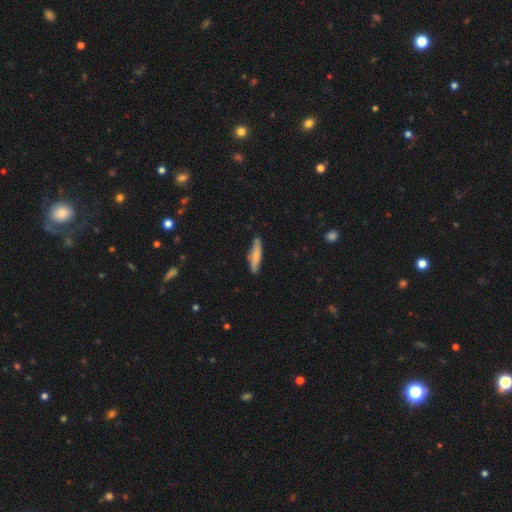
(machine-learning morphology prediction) type=smooth (70%); roundness=cigar-shaped (81%); merging=none (77%).